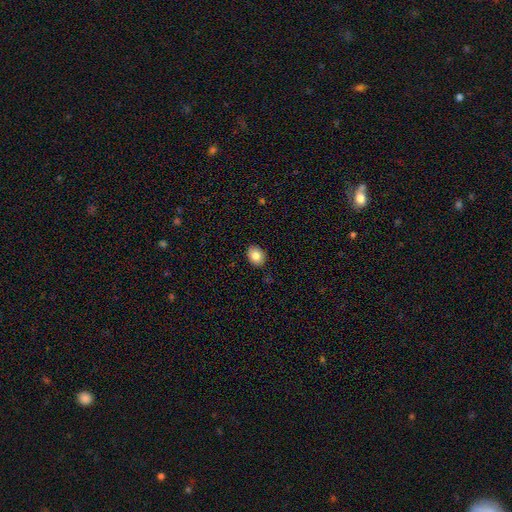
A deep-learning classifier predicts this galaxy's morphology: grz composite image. It shows a smooth galaxy with no disk features (84%) that is in between round and cigar-shaped (64%). Merging: none (89%).